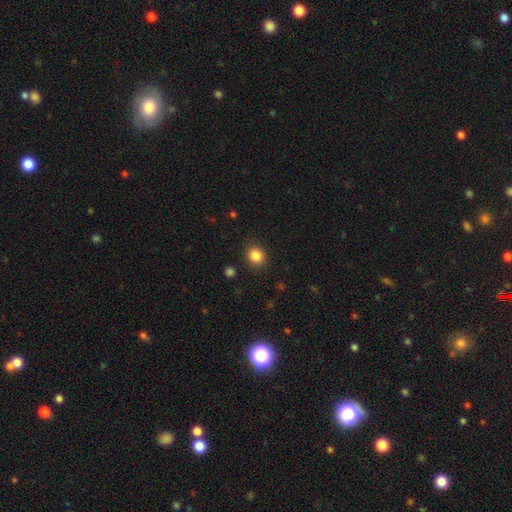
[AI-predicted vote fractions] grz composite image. It shows a smooth galaxy with no disk features (85%) that is round (77%). Merging: none (88%).